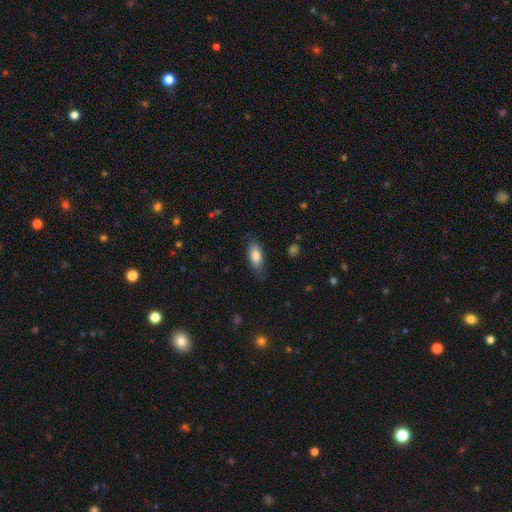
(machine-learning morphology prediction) A smooth galaxy with no disk features (80%) that is in between round and cigar-shaped (77%). Merging: none (77%).